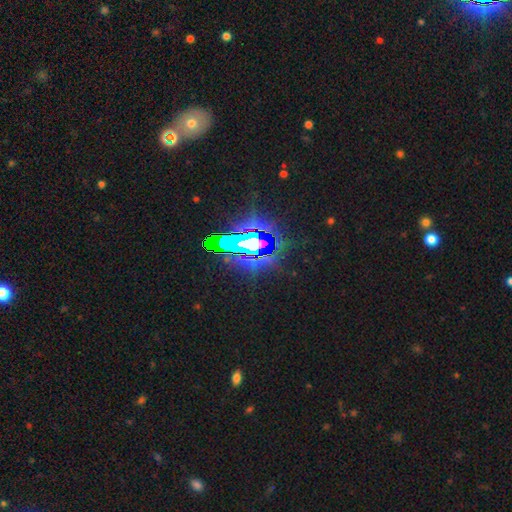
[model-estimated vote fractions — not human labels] Q: Smooth or featured?
A: star or artifact (79%); runner-up: smooth (10%)